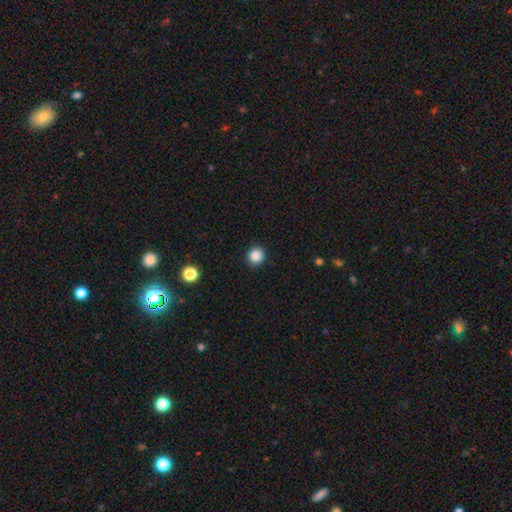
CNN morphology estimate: This appears to be a smooth galaxy with no disk features (87%) that is round (93%). Merging: none (92%).